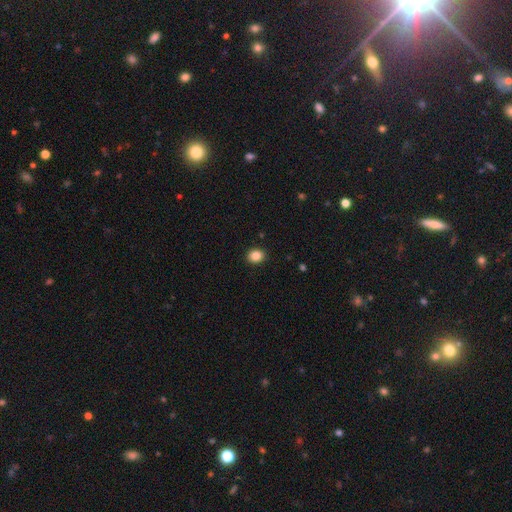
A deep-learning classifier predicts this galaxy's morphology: Overall: smooth (87%). How rounded: round (59%; in between 41%). Merging: none (91%).